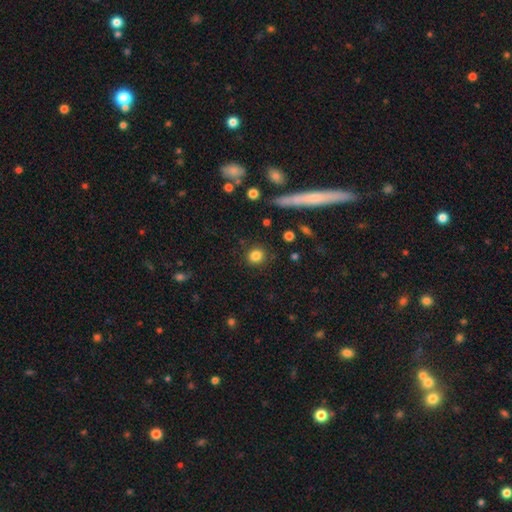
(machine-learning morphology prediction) The model was most divided on "how rounded": round: 84%, in between: 15%, cigar-shaped: 2%. More confident: merging — none (88%); smooth or featured — smooth (84%).